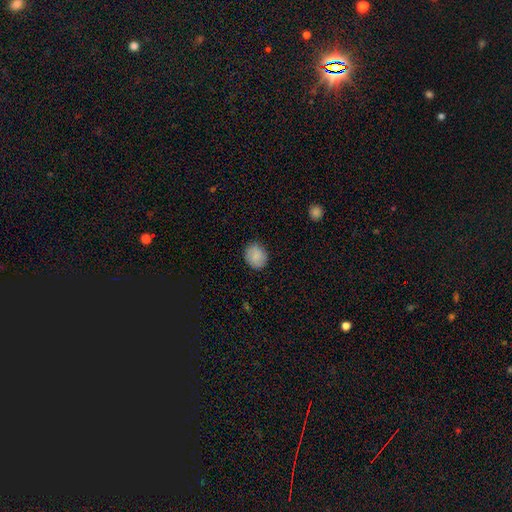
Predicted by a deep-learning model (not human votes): smooth_or_featured: smooth (p=0.86) [alt: star or artifact p=0.07]
how_rounded: round (p=0.66) [alt: in between p=0.33]
merging: none (p=0.87) [alt: minor disturbance p=0.10]